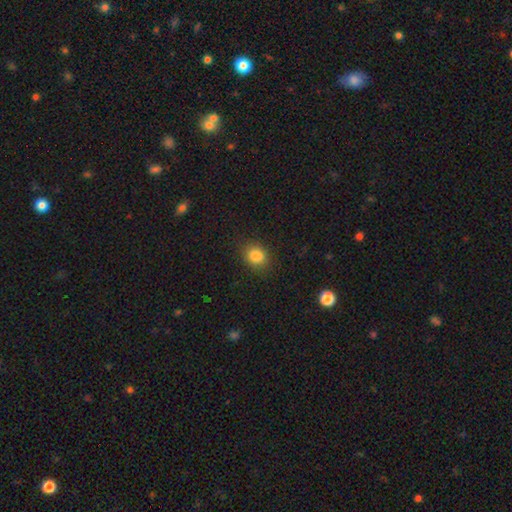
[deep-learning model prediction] Smooth or featured? smooth (83%)
How rounded? in between (52%)
Merging? none (81%)